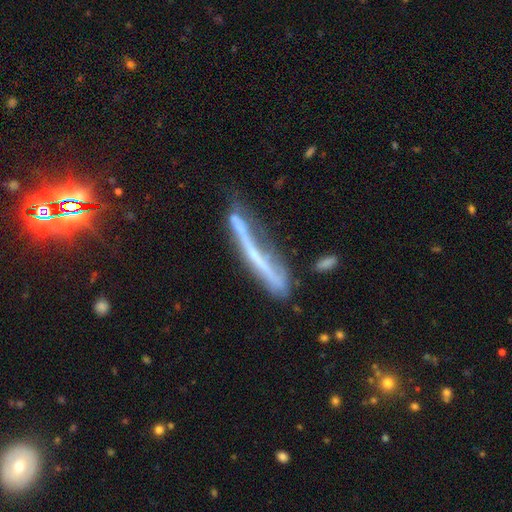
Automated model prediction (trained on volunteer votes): The model was most divided on "merging": none: 40%, minor disturbance: 27%, major disturbance: 21%, merger: 12%. More confident: edge-on disk — yes (77%); smooth or featured — featured or disk (64%).